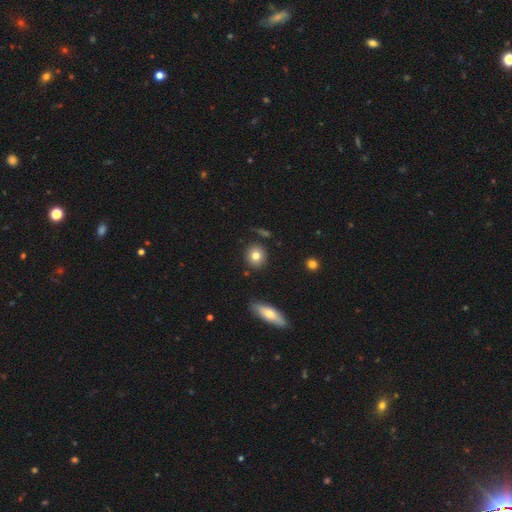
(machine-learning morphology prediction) Smooth or featured? Predicted: smooth (p=0.80). How rounded? Predicted: round (p=0.84). Merging? Predicted: none (p=0.87).